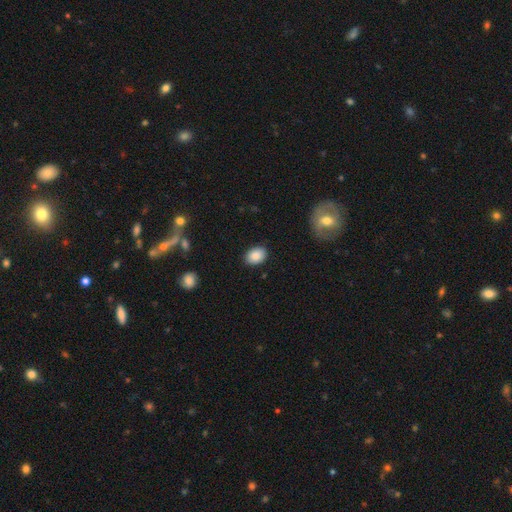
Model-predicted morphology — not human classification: Smooth or featured: smooth — 88% (star or artifact — 8%)
How rounded: in between — 77% (round — 22%)
Merging: none — 88% (minor disturbance — 9%)